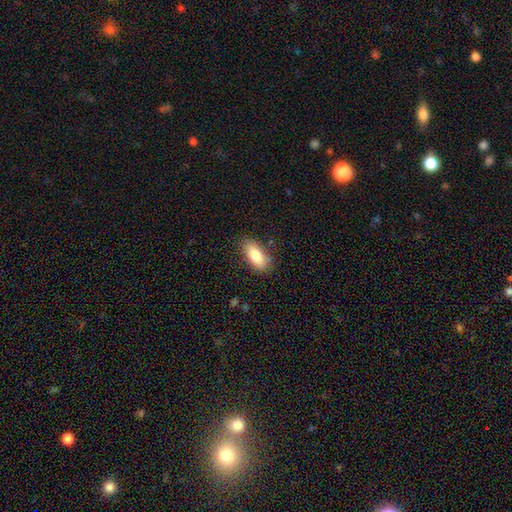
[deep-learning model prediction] The model was most divided on "merging": none: 82%, minor disturbance: 13%, major disturbance: 3%, merger: 1%. More confident: how rounded — in between (86%); smooth or featured — smooth (82%).